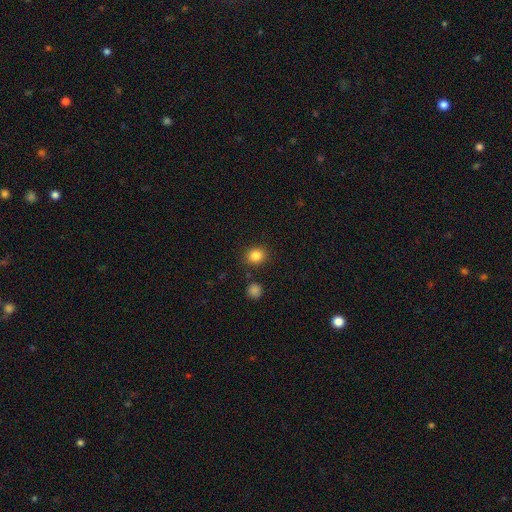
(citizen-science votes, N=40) Morphology: type=smooth (88%); roundness=round (71%); merging=none (89%).